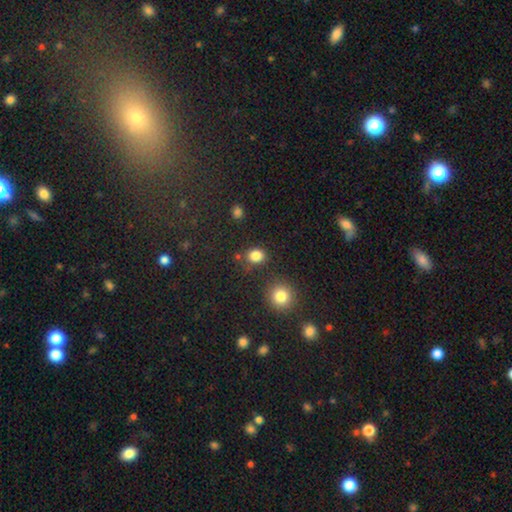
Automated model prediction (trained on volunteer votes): Smooth or featured?
  - smooth: 83% *
  - star or artifact: 12%
  - featured or disk: 4%
How rounded?
  - round: 60% *
  - in between: 39%
  - cigar-shaped: 1%
Merging?
  - none: 78% *
  - minor disturbance: 12%
  - merger: 6%
  - major disturbance: 4%